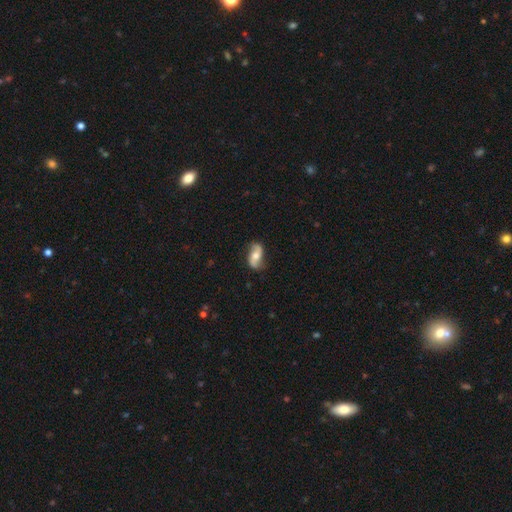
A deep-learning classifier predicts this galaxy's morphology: A featured or disk galaxy (69%) with no bar (58%), 2 (92%) loose (71%) spiral arms (90%) and a moderate central bulge (67%).

Vote fractions:
- Smooth or featured? featured or disk: 69% / smooth: 24% / star or artifact: 7%
- Edge-on disk? no: 94% / yes: 6%
- Bar? no: 58% / weak: 29% / strong: 13%
- Spiral arms? yes: 90% / no: 10%
- Spiral winding? loose: 71% / medium: 21% / tight: 8%
- Spiral arm count? 2: 92% / can't tell: 3% / 1: 2% / 3: 1% / 4: 1% / more than 4: 1%
- Bulge size? moderate: 67% / small: 20% / large: 10% / none: 2% / dominant: 2%
- Merging? none: 79% / minor disturbance: 15% / major disturbance: 5% / merger: 1%